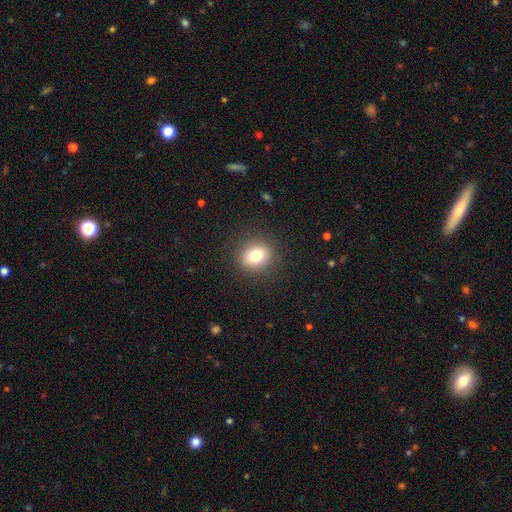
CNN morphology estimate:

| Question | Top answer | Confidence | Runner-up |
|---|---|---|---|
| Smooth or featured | smooth | 79% | star or artifact (11%) |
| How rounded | round | 74% | in between (25%) |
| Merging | none | 89% | minor disturbance (7%) |